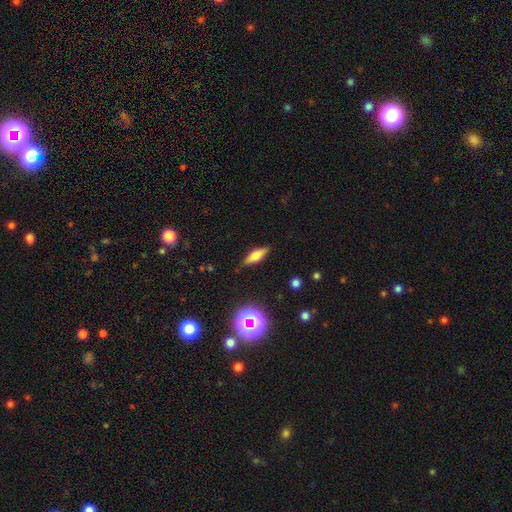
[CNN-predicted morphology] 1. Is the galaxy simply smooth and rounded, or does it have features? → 50% smooth, 39% featured or disk, 11% star or artifact.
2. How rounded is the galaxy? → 49% cigar-shaped, 48% in between, 4% round.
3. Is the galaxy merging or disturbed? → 85% none, 11% minor disturbance, 3% major disturbance, 1% merger.